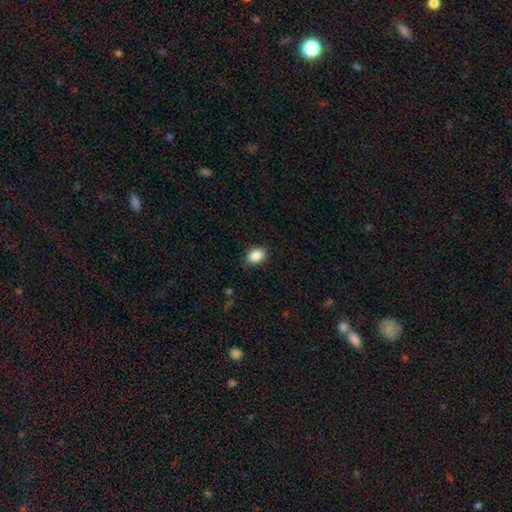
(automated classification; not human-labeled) smooth 88%, star or artifact 8%, featured or disk 4%. Down the decision tree: how rounded — in between (80%); merging — none (83%).